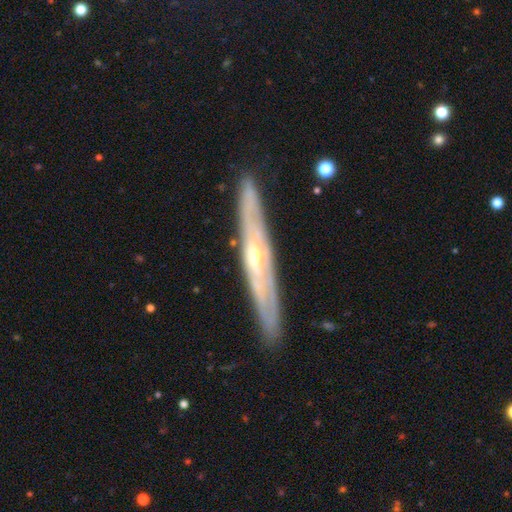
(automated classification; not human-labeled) smooth-or-featured: featured or disk: 79% | smooth: 15% | star or artifact: 6%
  disk-edge-on: yes: 79% | no: 21%
    edge-on-bulge: rounded: 69% | none: 27% | boxy: 3%
  merging: none: 87% | minor disturbance: 10% | major disturbance: 2% | merger: 1%